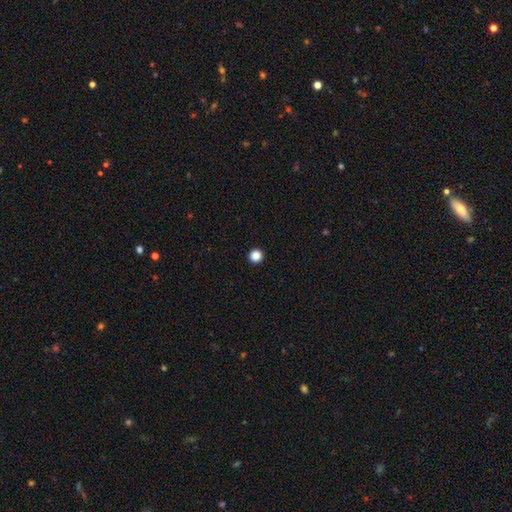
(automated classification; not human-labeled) A smooth galaxy with no disk features (86%) that is round (96%).

Vote fractions:
- Smooth or featured? smooth: 86% / star or artifact: 11% / featured or disk: 2%
- How rounded? round: 96% / in between: 3% / cigar-shaped: 1%
- Merging? none: 94% / minor disturbance: 3% / major disturbance: 1% / merger: 1%